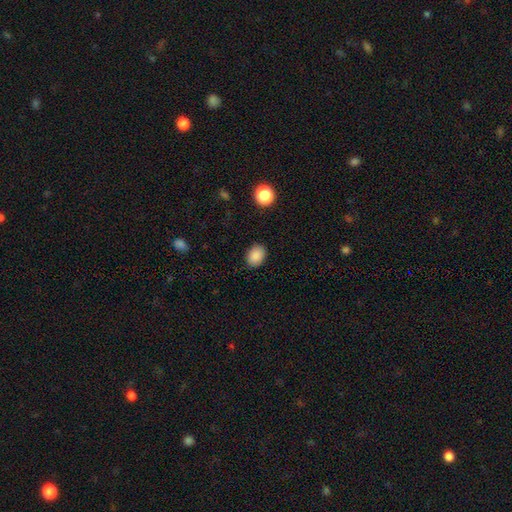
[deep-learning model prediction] smooth_or_featured: smooth (p=0.88) [alt: star or artifact p=0.09]
how_rounded: in between (p=0.68) [alt: round p=0.31]
merging: none (p=0.87) [alt: minor disturbance p=0.09]